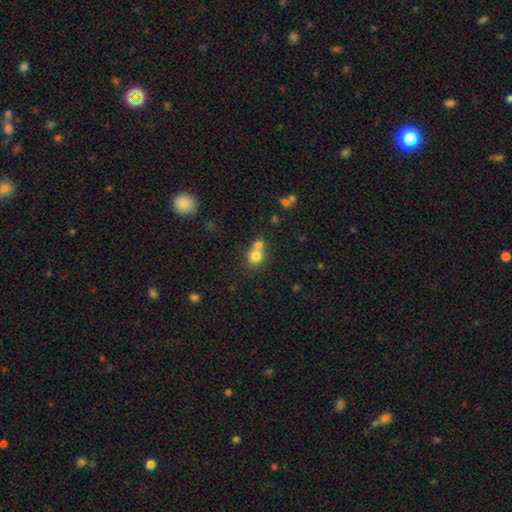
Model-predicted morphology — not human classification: Smooth or featured?
  - smooth: 78% *
  - star or artifact: 12%
  - featured or disk: 11%
How rounded?
  - round: 82% *
  - in between: 17%
  - cigar-shaped: 1%
Merging?
  - merger: 52% *
  - none: 40%
  - minor disturbance: 6%
  - major disturbance: 2%